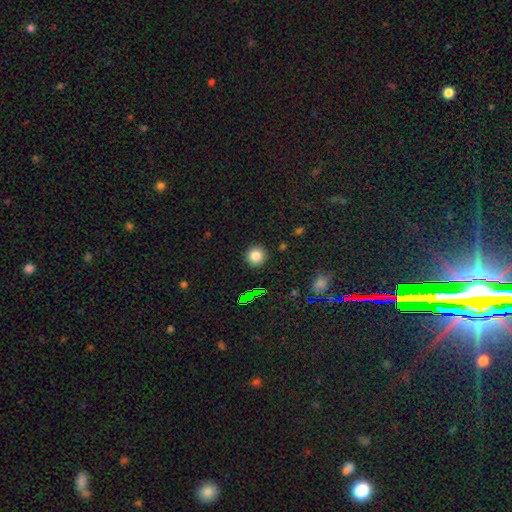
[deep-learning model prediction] A smooth galaxy with no disk features (80%) that is round (94%). Merging: none (91%).